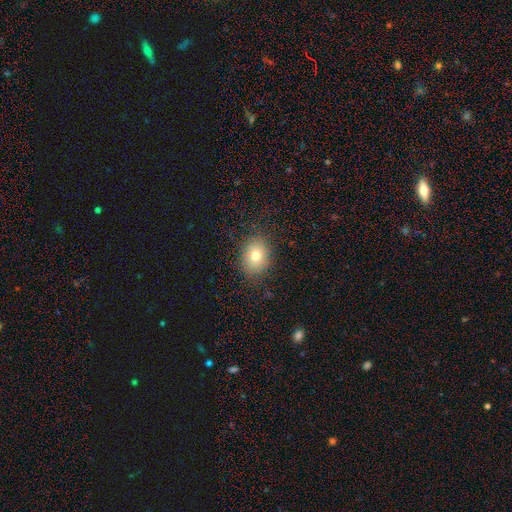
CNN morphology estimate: Smooth or featured? Predicted: smooth (p=0.76). How rounded? Predicted: in between (p=0.50). Merging? Predicted: none (p=0.86).